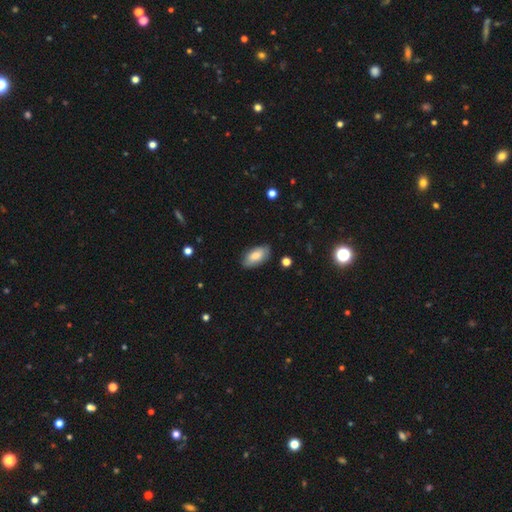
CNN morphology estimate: smooth 81%, featured or disk 13%, star or artifact 6%. Down the decision tree: how rounded — in between (93%); merging — none (83%).